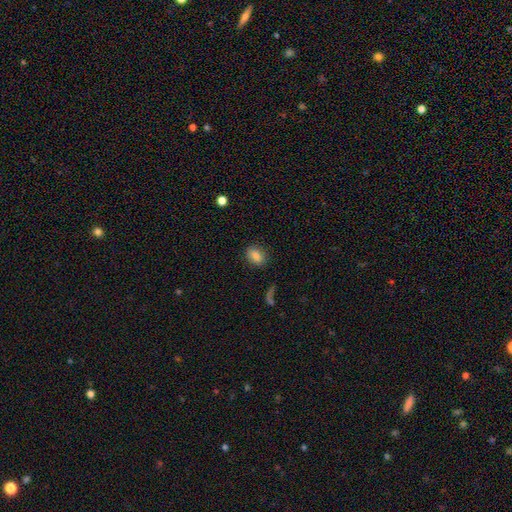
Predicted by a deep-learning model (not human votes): Morphology: type=smooth (82%); roundness=in between (69%); merging=none (84%).